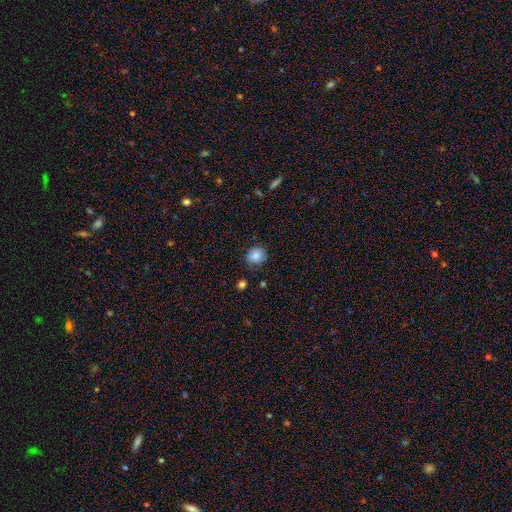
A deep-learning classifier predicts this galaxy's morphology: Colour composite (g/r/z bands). It shows a smooth galaxy with no disk features (84%) that is round (80%). Merging: none (77%).